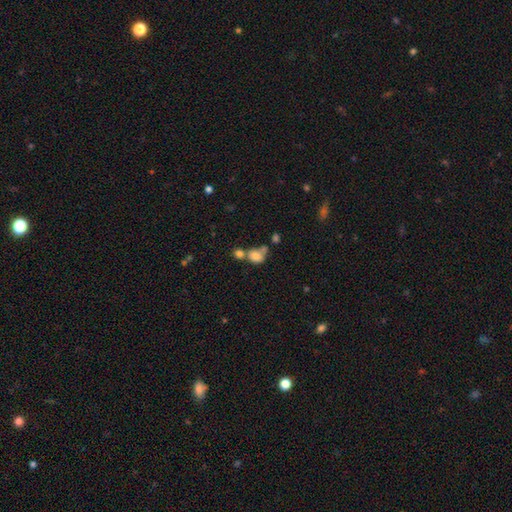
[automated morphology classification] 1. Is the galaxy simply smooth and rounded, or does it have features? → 78% smooth, 11% featured or disk, 11% star or artifact.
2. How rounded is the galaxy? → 55% round, 44% in between, 2% cigar-shaped.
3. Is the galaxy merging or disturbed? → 48% merger, 30% none, 13% minor disturbance, 8% major disturbance.